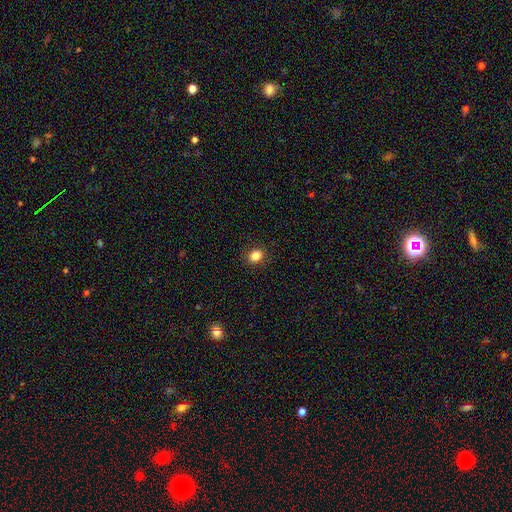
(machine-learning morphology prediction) A smooth galaxy with no disk features (85%) that is in between round and cigar-shaped (53%). Merging: none (89%).